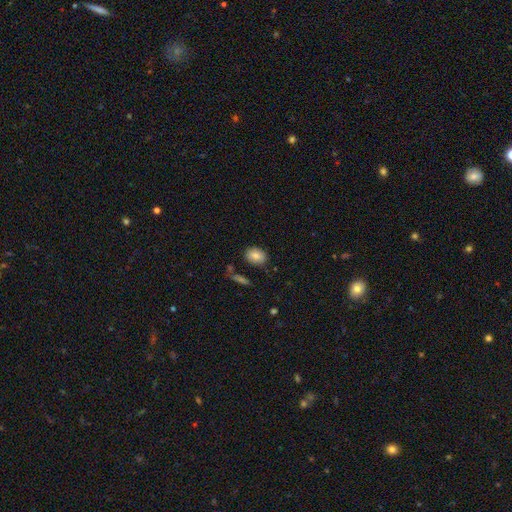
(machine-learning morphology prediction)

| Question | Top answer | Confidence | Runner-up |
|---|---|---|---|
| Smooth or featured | smooth | 84% | featured or disk (8%) |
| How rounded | in between | 73% | round (26%) |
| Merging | none | 81% | minor disturbance (13%) |